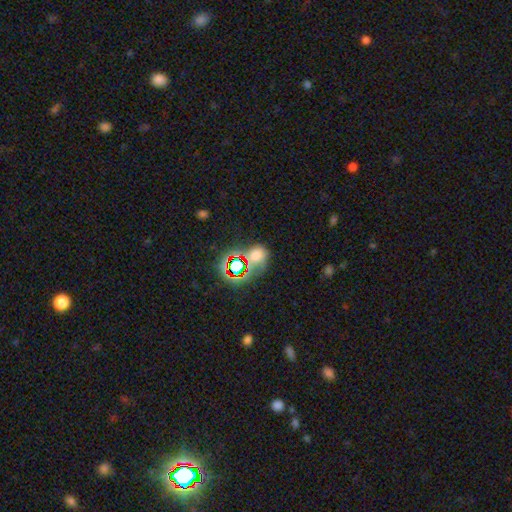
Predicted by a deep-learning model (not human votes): Smooth or featured?
  - smooth: 53% *
  - star or artifact: 35%
  - featured or disk: 12%
How rounded?
  - round: 59% *
  - in between: 39%
  - cigar-shaped: 2%
Merging?
  - none: 49% *
  - merger: 18%
  - minor disturbance: 18%
  - major disturbance: 15%